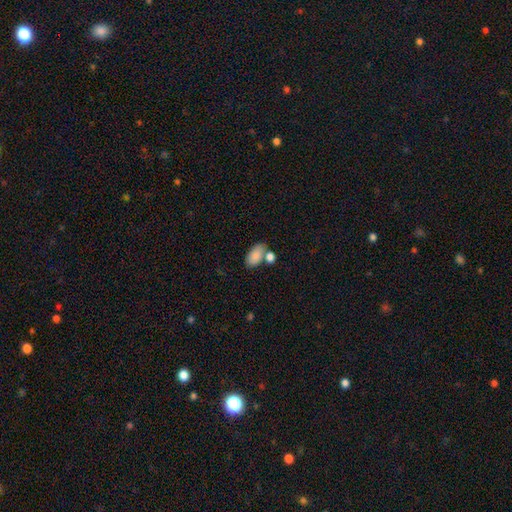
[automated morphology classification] smooth_or_featured: smooth (p=0.85) [alt: featured or disk p=0.08]
how_rounded: in between (p=0.93) [alt: round p=0.05]
merging: none (p=0.52) [alt: merger p=0.29]